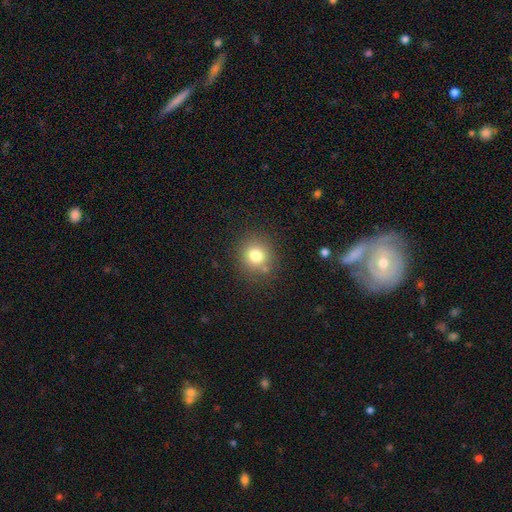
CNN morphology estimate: A smooth galaxy with no disk features (78%) that is round (86%).

Vote fractions:
- Smooth or featured? smooth: 78% / star or artifact: 13% / featured or disk: 9%
- How rounded? round: 86% / in between: 13% / cigar-shaped: 1%
- Merging? none: 81% / minor disturbance: 10% / merger: 5% / major disturbance: 4%